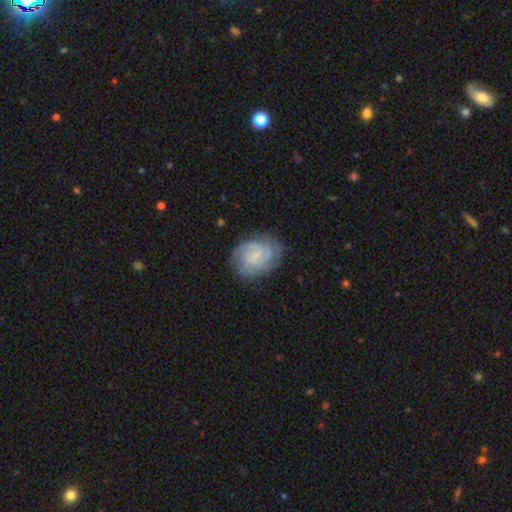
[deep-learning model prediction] This is likely a featured or disk galaxy (63%). It is clearly not viewed edge-on (98%). Bar: possibly weak (46%). Spiral arm pattern: clearly yes (88%). Spiral arm count: marginally can't tell (44%). Spiral winding: possibly tight (59%). Central bulge: possibly small (58%). Merging: likely none (74%).